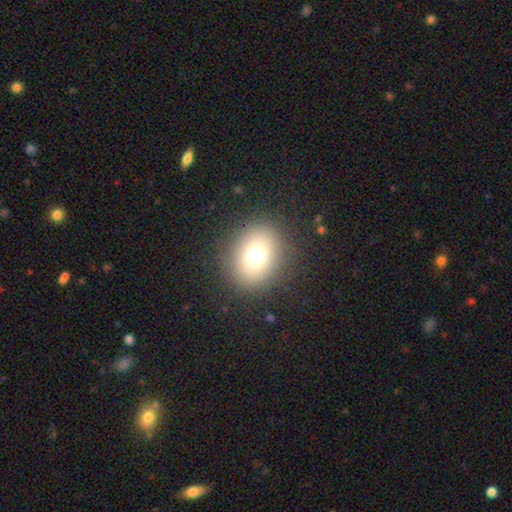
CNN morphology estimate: Smooth or featured? smooth (69%)
How rounded? round (68%)
Merging? none (87%)